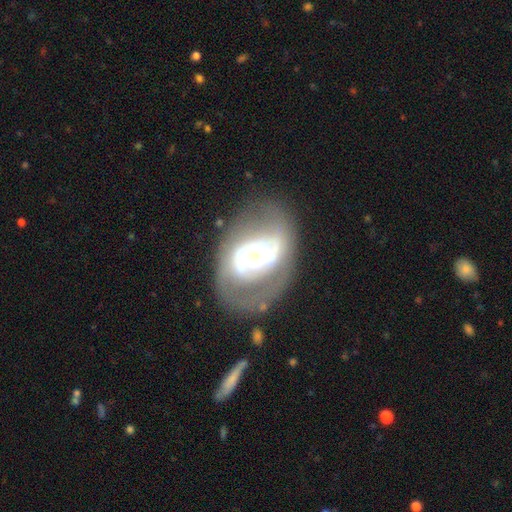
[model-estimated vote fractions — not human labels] Smooth or featured? featured or disk (75%)
Edge-on disk? no (96%)
Bar? no (65%)
Spiral arms? yes (62%)
Bulge size? small (51%)
Merging? none (50%)